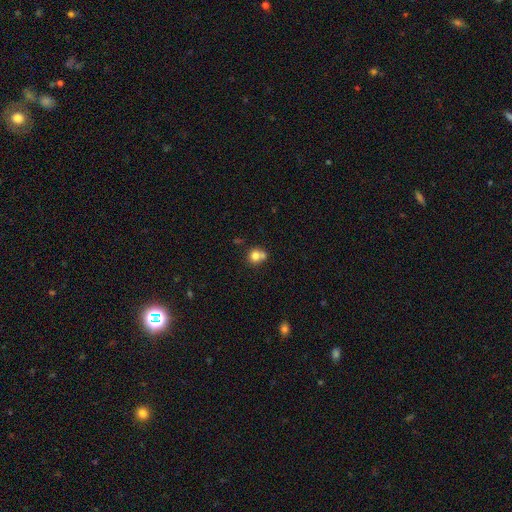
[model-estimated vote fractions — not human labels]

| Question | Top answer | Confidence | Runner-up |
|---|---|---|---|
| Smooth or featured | smooth | 78% | featured or disk (11%) |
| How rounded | round | 82% | in between (17%) |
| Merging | none | 45% | merger (41%) |